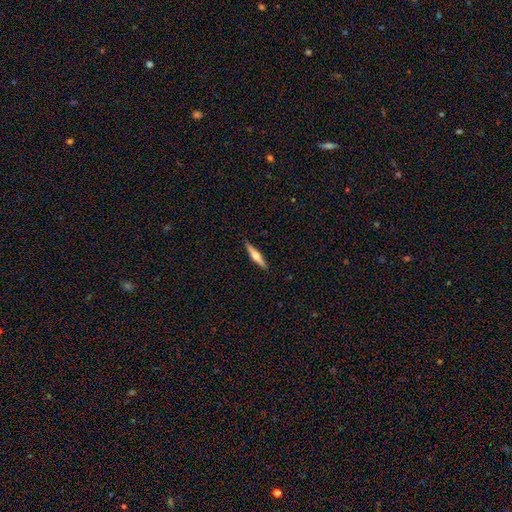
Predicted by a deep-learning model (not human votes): smooth-or-featured: featured or disk: 59% | smooth: 36% | star or artifact: 5%
  disk-edge-on: yes: 97% | no: 3%
    edge-on-bulge: rounded: 91% | boxy: 5% | none: 4%
  merging: none: 90% | minor disturbance: 7% | major disturbance: 1% | merger: 1%